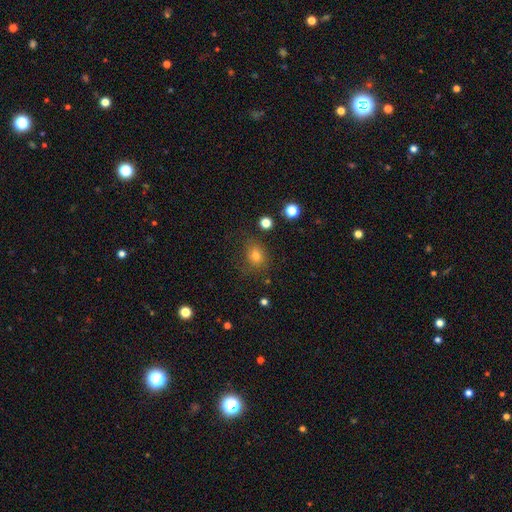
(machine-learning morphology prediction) This is likely a smooth galaxy (74%). How rounded: possibly round (59%). Merging: likely none (72%).